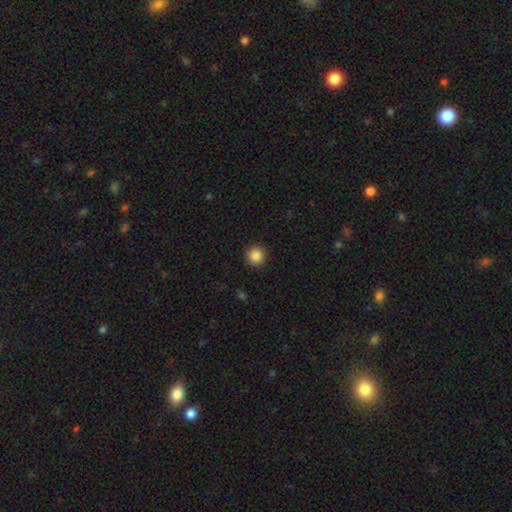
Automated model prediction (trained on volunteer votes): A smooth galaxy with no disk features (87%) that is round (96%).

Vote fractions:
- Smooth or featured? smooth: 87% / star or artifact: 10% / featured or disk: 3%
- How rounded? round: 96% / in between: 4% / cigar-shaped: 1%
- Merging? none: 92% / minor disturbance: 5% / major disturbance: 2% / merger: 1%